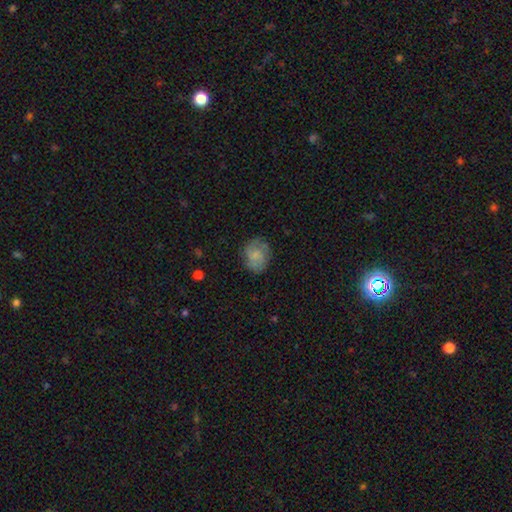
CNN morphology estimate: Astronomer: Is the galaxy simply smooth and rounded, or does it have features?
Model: smooth — 52% (runner-up: featured or disk, 39%).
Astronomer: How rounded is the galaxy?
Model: round — 56% (runner-up: in between, 43%).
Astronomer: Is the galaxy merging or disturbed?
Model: none — 71%.